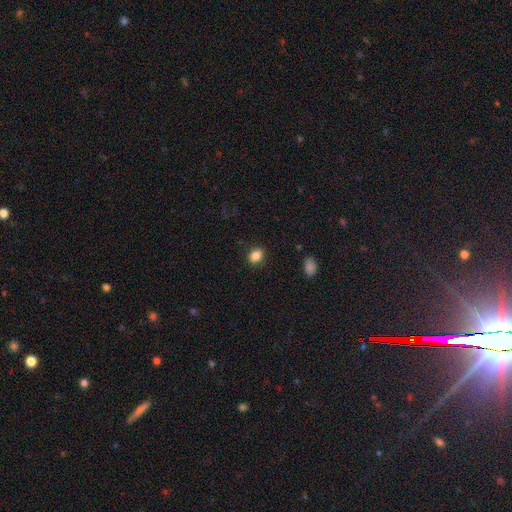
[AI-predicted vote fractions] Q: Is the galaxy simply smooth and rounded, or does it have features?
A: smooth — 86%.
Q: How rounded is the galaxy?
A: in between — 65%.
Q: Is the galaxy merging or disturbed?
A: none — 87%.